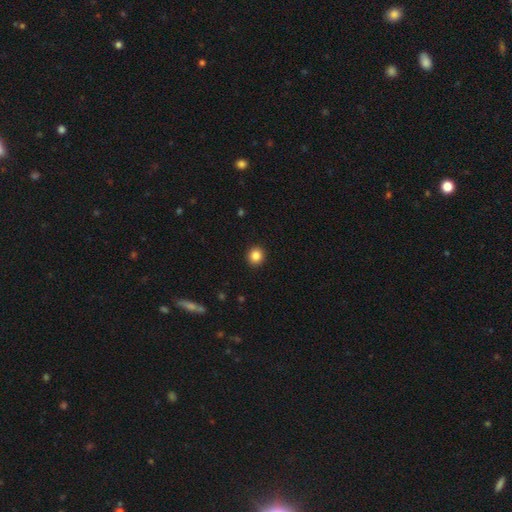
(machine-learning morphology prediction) Smooth or featured: smooth — 86% (star or artifact — 10%)
How rounded: round — 86% (in between — 13%)
Merging: none — 92% (minor disturbance — 5%)